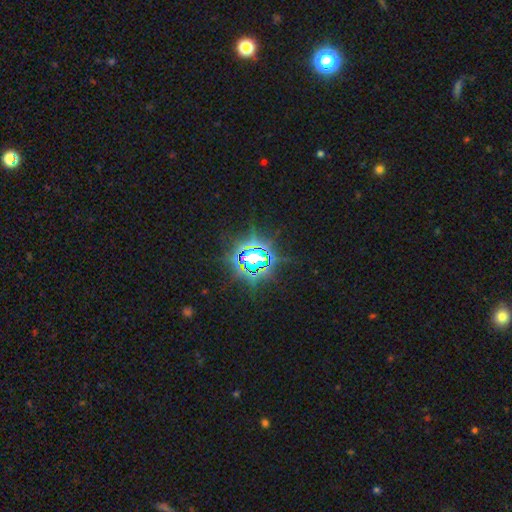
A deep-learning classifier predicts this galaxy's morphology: Smooth or featured?
  - star or artifact: 78% *
  - smooth: 11%
  - featured or disk: 11%